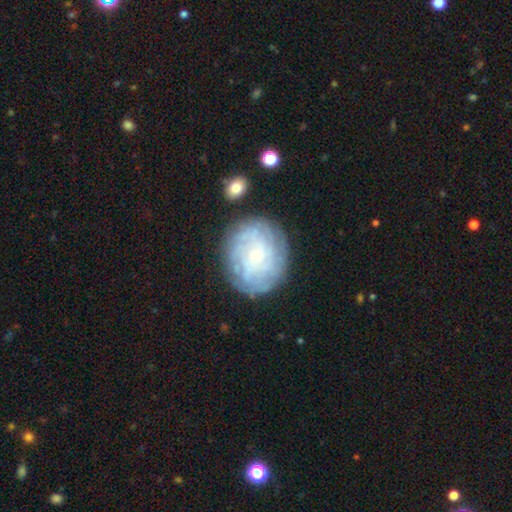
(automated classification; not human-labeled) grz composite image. It shows a featured or disk galaxy (66%) with no bar (76%), tight (71%) spiral arms (82%) and a small central bulge (74%). Merging: none (79%).